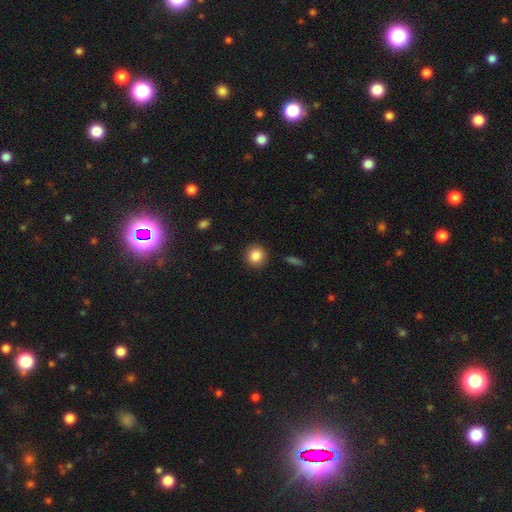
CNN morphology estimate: Overall: smooth (86%). How rounded: round (91%). Merging: none (90%).